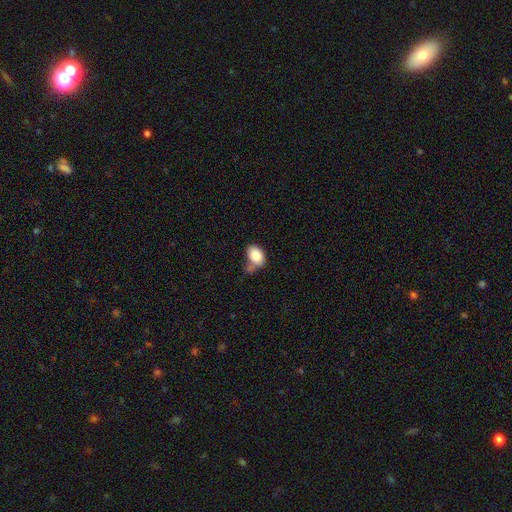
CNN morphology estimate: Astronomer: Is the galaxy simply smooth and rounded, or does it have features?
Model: smooth — 83%.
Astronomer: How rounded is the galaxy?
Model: in between — 82%.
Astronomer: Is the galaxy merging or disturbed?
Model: none — 40% (runner-up: minor disturbance, 29%).